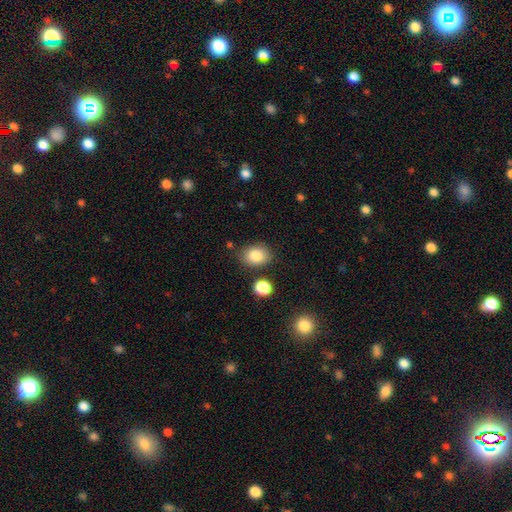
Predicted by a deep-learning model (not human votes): A smooth galaxy with no disk features (85%) that is in between round and cigar-shaped (63%). Merging: none (78%).